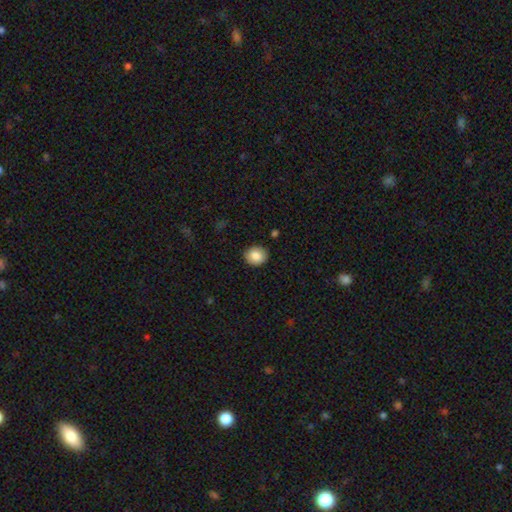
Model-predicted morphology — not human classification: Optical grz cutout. It shows a smooth galaxy with no disk features (85%) that is round (70%). Merging: none (87%).